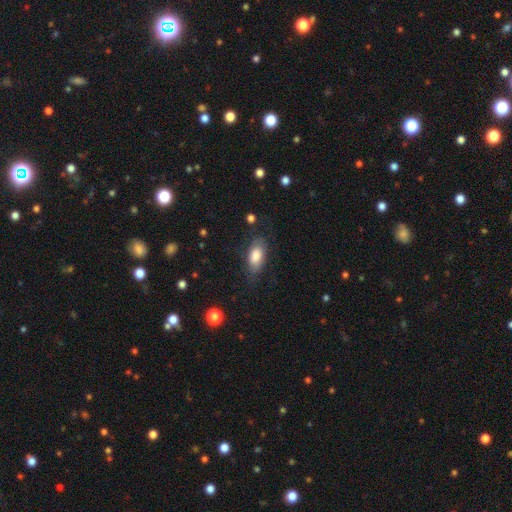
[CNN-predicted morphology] Smooth or featured? smooth (76%)
How rounded? in between (89%)
Merging? none (70%)